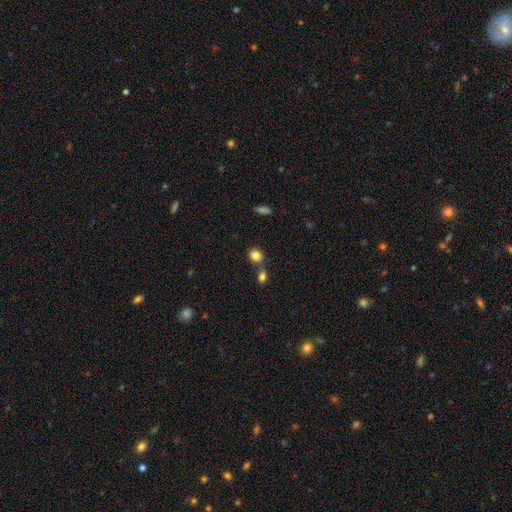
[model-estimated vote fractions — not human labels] The model was most divided on "how rounded": round: 66%, in between: 33%, cigar-shaped: 1%. More confident: smooth or featured — smooth (84%); merging — none (61%).